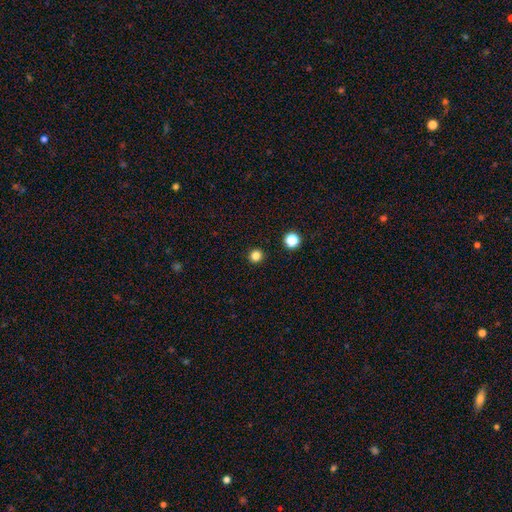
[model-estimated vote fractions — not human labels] smooth 83%, star or artifact 13%, featured or disk 4%. Down the decision tree: how rounded — round (95%); merging — none (93%).